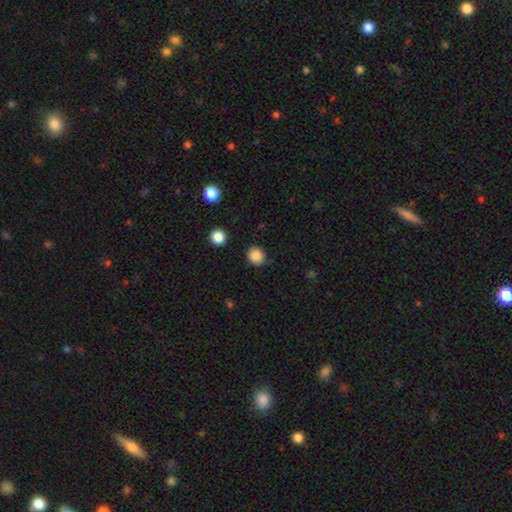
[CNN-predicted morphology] The model was most divided on "smooth or featured": smooth: 86%, star or artifact: 10%, featured or disk: 3%. More confident: how rounded — round (91%); merging — none (88%).